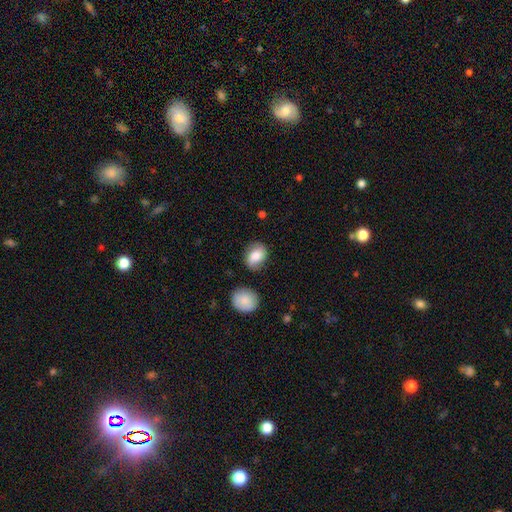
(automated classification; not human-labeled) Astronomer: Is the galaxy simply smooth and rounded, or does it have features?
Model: smooth — 77%.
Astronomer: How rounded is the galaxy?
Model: in between — 58% (runner-up: round, 41%).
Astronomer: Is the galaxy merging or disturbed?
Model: none — 76%.